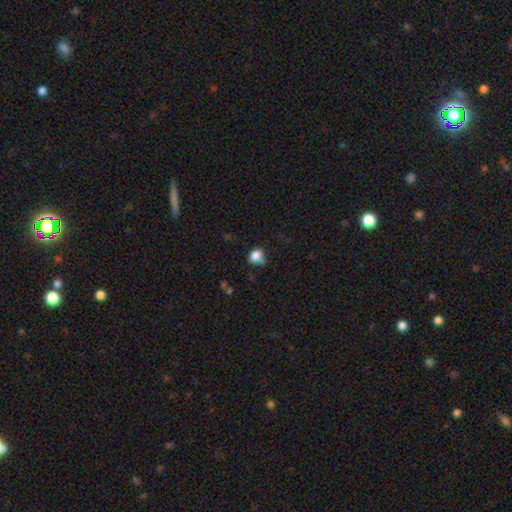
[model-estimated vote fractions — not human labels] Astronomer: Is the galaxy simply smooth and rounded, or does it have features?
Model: smooth — 81%.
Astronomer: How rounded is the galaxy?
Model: round — 51% (runner-up: in between, 48%).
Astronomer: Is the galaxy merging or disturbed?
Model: none — 47% (runner-up: minor disturbance, 32%).